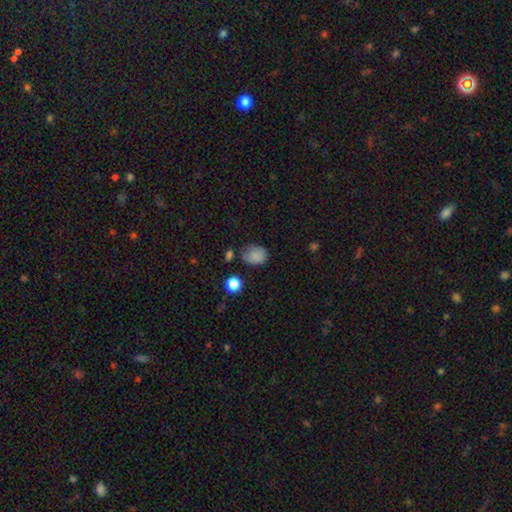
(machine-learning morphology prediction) Q: Smooth or featured?
A: smooth (83%); runner-up: star or artifact (11%)
Q: How rounded?
A: in between (50%); runner-up: round (49%)
Q: Merging?
A: none (62%); runner-up: minor disturbance (26%)